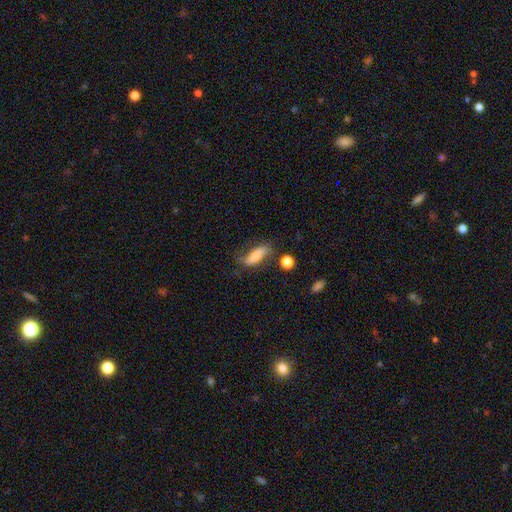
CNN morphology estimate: This appears to be a smooth galaxy with no disk features (60%) that is in between round and cigar-shaped (58%). Merging: none (59%).